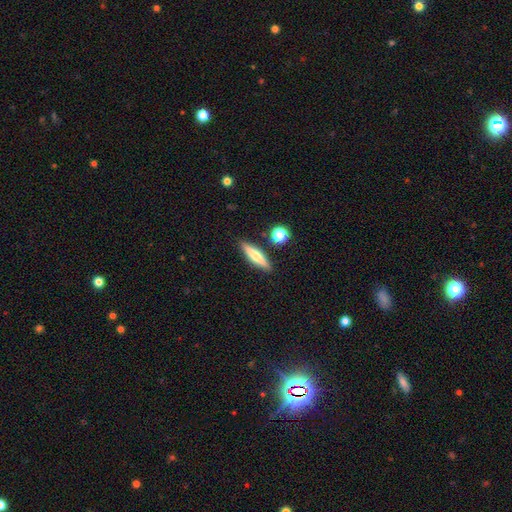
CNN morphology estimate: This is possibly a smooth galaxy (50%). How rounded: likely cigar-shaped (78%). Merging: clearly none (86%).